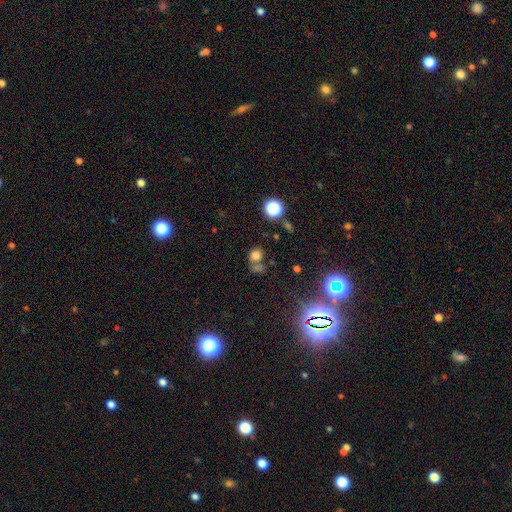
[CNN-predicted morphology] Smooth or featured: smooth — 67% (star or artifact — 24%)
How rounded: round — 76% (in between — 22%)
Merging: none — 52% (merger — 30%)